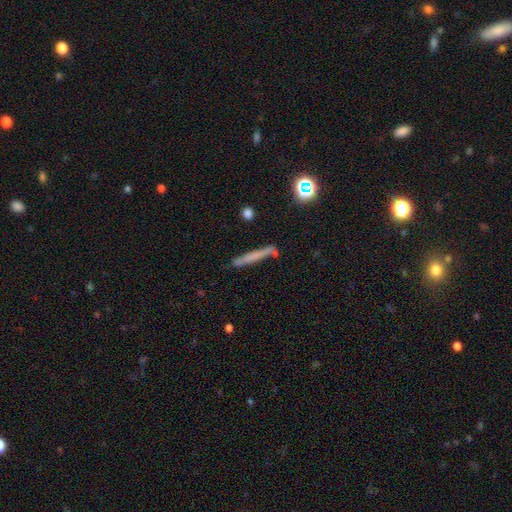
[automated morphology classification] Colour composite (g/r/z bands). It shows a smooth galaxy with no disk features (54%) that is cigar-shaped (93%). Merging: none (75%).